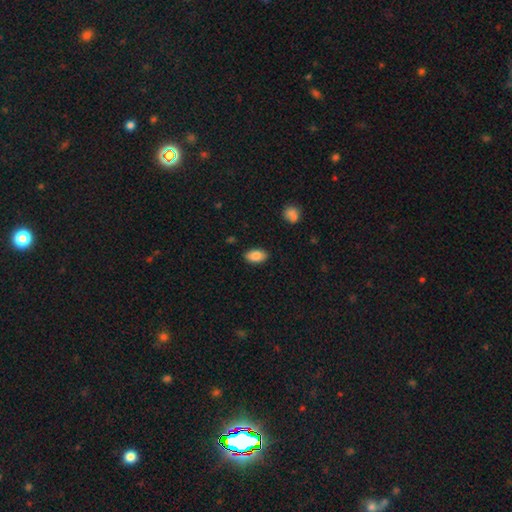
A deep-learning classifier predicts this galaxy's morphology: smooth 87%, star or artifact 7%, featured or disk 6%. Down the decision tree: how rounded — in between (92%); merging — none (87%).